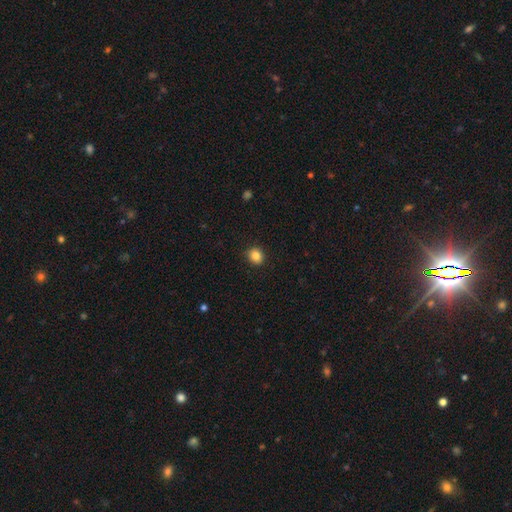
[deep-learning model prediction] A smooth galaxy with no disk features (85%) that is round (74%). Merging: none (91%).